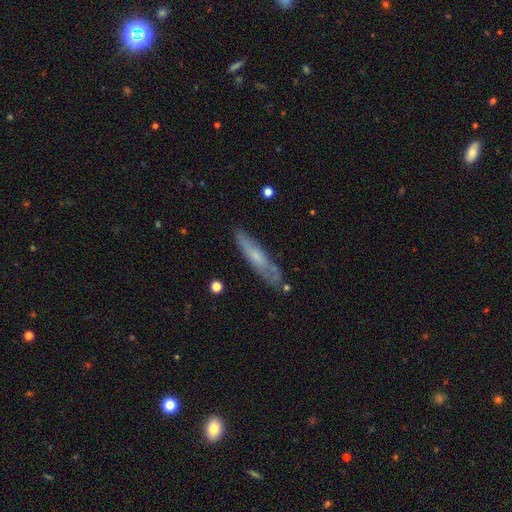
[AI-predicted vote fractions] Smooth or featured: smooth — 53% (featured or disk — 41%)
How rounded: cigar-shaped — 82% (in between — 16%)
Merging: none — 71% (minor disturbance — 21%)